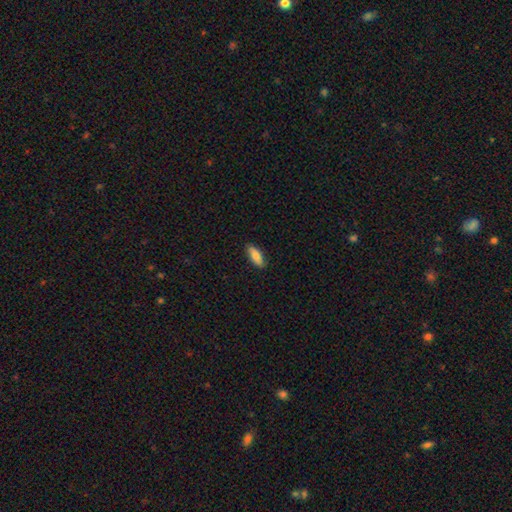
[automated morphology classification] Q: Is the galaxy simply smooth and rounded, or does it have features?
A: smooth — 79%.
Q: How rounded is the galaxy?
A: in between — 74%.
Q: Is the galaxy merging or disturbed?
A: none — 85%.